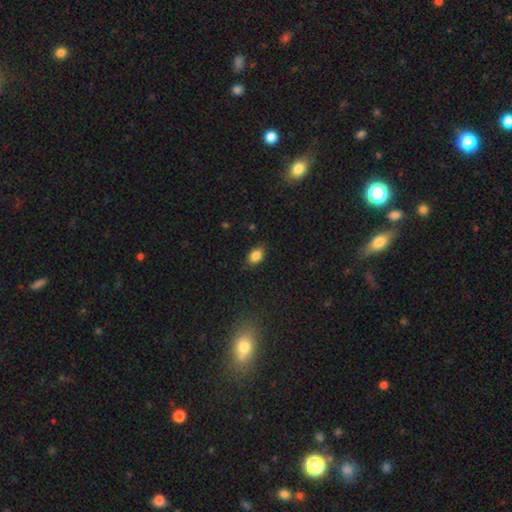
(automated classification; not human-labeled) A smooth galaxy with no disk features (85%) that is in between round and cigar-shaped (81%).

Vote fractions:
- Smooth or featured? smooth: 85% / star or artifact: 9% / featured or disk: 6%
- How rounded? in between: 81% / round: 17% / cigar-shaped: 2%
- Merging? none: 82% / minor disturbance: 14% / major disturbance: 3% / merger: 1%